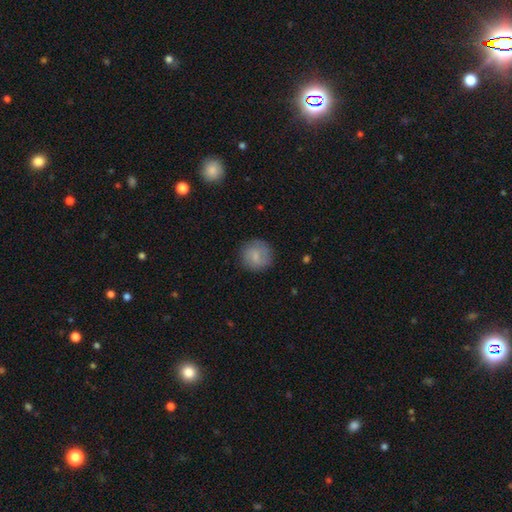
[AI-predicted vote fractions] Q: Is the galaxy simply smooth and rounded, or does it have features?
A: smooth — 73%.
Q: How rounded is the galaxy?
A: round — 92%.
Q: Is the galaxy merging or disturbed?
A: none — 83%.